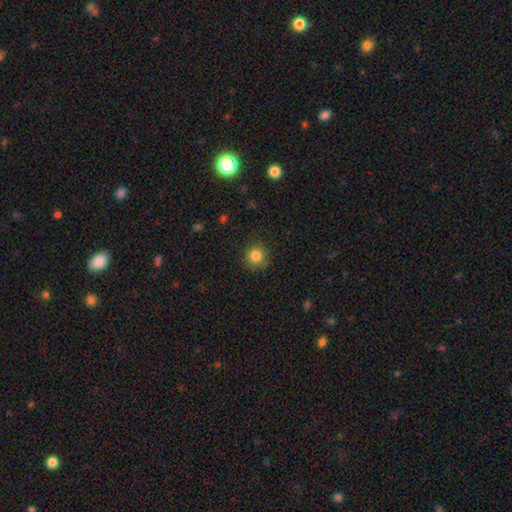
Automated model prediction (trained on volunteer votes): Smooth or featured: smooth — 84% (star or artifact — 11%)
How rounded: round — 92% (in between — 7%)
Merging: none — 86% (minor disturbance — 10%)